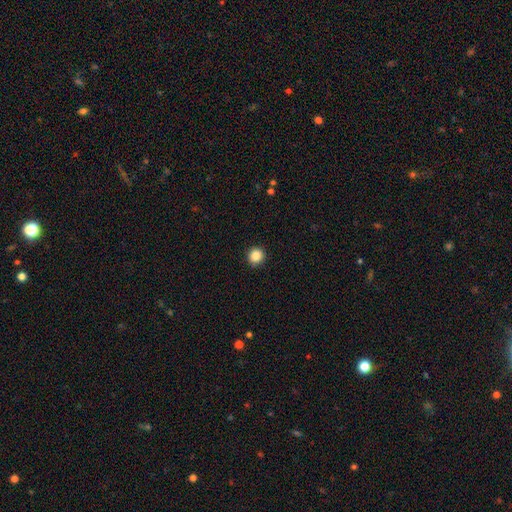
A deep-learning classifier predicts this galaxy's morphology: This appears to be a smooth galaxy with no disk features (86%) that is round (94%). Merging: none (93%).